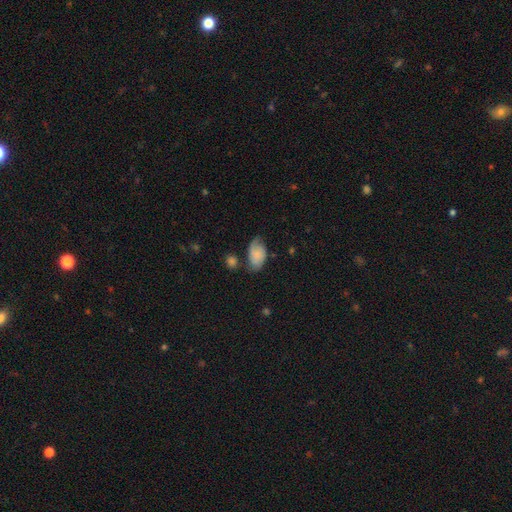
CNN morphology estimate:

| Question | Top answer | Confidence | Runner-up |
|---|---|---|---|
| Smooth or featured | smooth | 63% | featured or disk (29%) |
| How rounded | in between | 91% | round (8%) |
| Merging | none | 52% | minor disturbance (31%) |